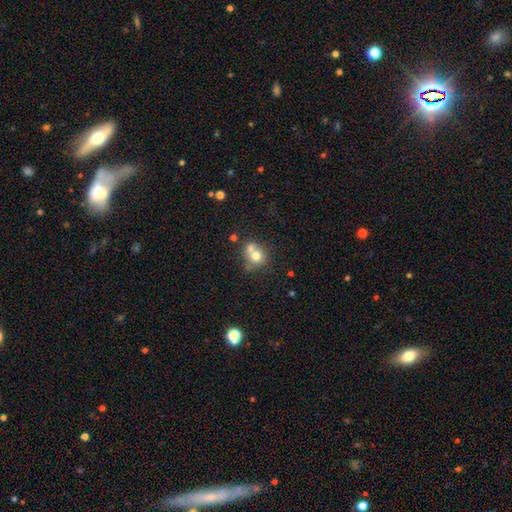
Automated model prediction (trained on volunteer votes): Smooth or featured?
  - smooth: 71% *
  - featured or disk: 17%
  - star or artifact: 12%
How rounded?
  - round: 79% *
  - in between: 20%
  - cigar-shaped: 1%
Merging?
  - merger: 52% *
  - none: 35%
  - minor disturbance: 9%
  - major disturbance: 4%